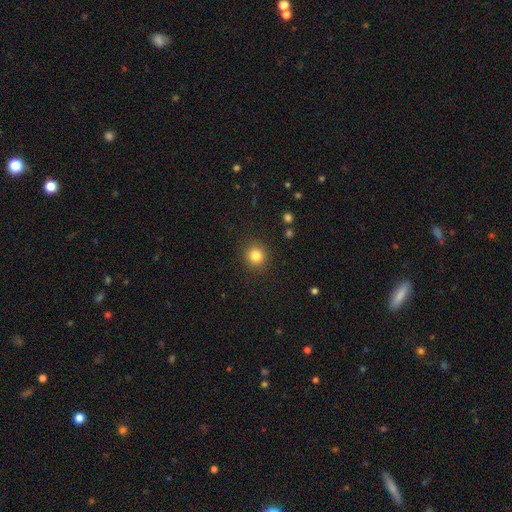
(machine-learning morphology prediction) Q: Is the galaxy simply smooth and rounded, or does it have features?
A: smooth — 83%.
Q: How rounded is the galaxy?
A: round — 91%.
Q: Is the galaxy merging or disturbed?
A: none — 90%.